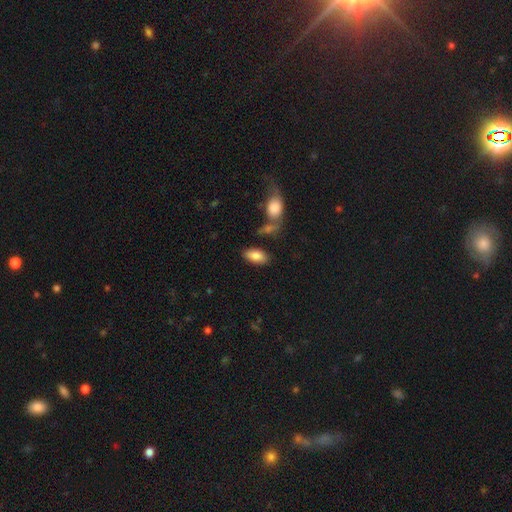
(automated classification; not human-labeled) This is clearly a smooth galaxy (85%). How rounded: clearly in between (93%). Merging: likely none (78%).